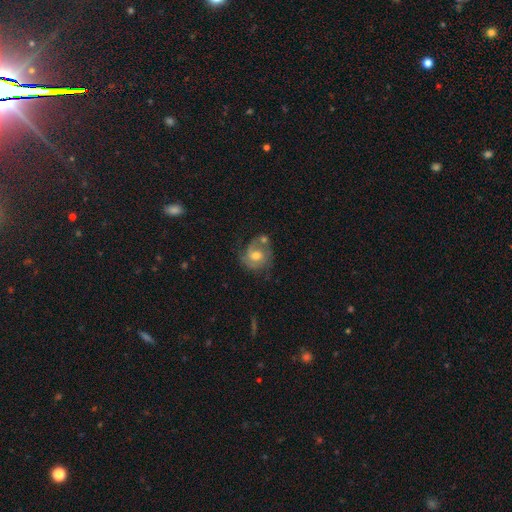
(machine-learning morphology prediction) featured or disk 61%, smooth 30%, star or artifact 8%. Down the decision tree: edge-on disk — no (97%); bar — no (67%); spiral arms — yes (83%); bulge size — moderate (74%); merging — none (50%).